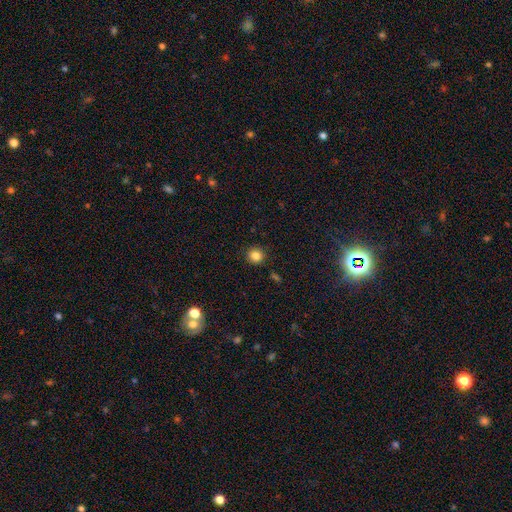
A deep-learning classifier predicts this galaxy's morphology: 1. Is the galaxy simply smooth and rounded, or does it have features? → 84% smooth, 11% star or artifact, 4% featured or disk.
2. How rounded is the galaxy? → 93% round, 6% in between, 1% cigar-shaped.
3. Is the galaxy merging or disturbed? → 91% none, 6% minor disturbance, 2% major disturbance, 1% merger.